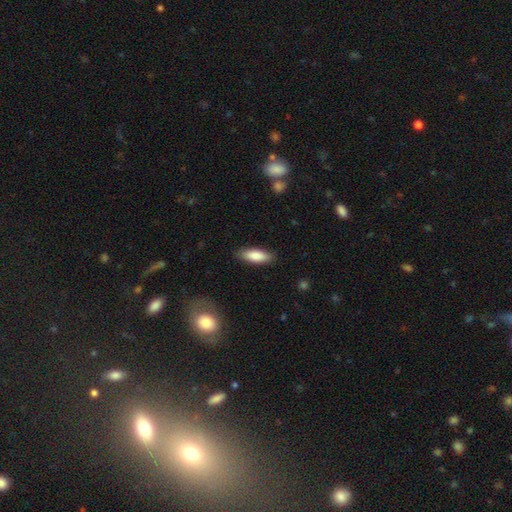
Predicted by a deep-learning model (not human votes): Smooth or featured?
  - smooth: 84% *
  - featured or disk: 10%
  - star or artifact: 6%
How rounded?
  - in between: 64% *
  - cigar-shaped: 34%
  - round: 2%
Merging?
  - none: 87% *
  - minor disturbance: 9%
  - major disturbance: 2%
  - merger: 1%